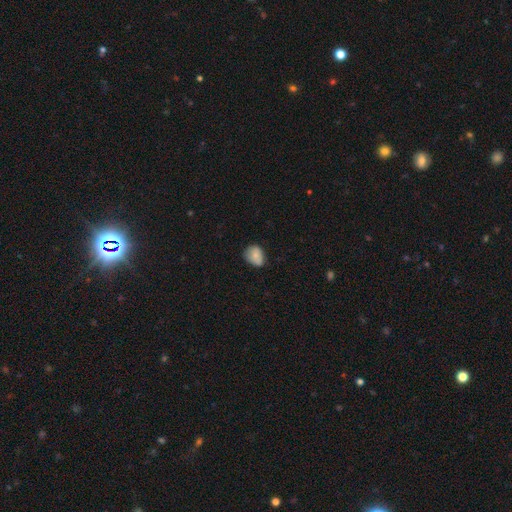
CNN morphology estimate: Overall: smooth (79%). How rounded: in between (53%; round 46%). Merging: none (58%; minor disturbance 33%).